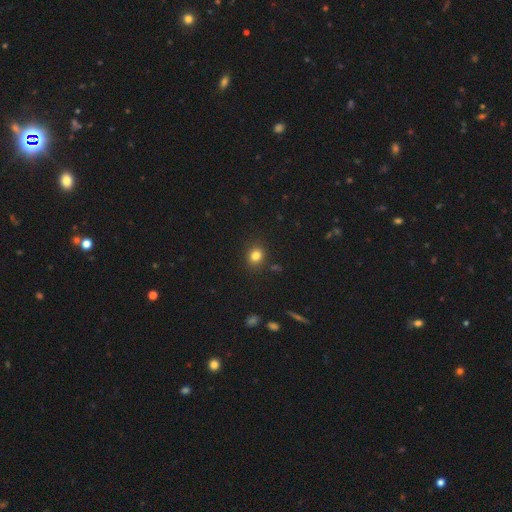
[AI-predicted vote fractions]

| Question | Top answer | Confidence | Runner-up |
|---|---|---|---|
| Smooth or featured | smooth | 82% | star or artifact (12%) |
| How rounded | round | 66% | in between (33%) |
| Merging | none | 87% | minor disturbance (8%) |